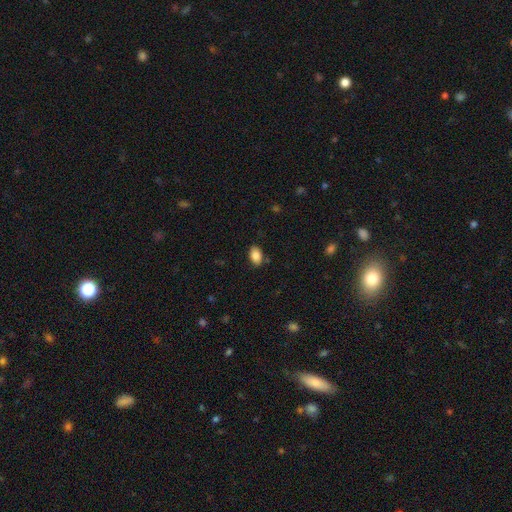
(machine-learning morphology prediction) smooth_or_featured: smooth (p=0.87) [alt: star or artifact p=0.08]
how_rounded: in between (p=0.90) [alt: round p=0.08]
merging: none (p=0.84) [alt: minor disturbance p=0.12]